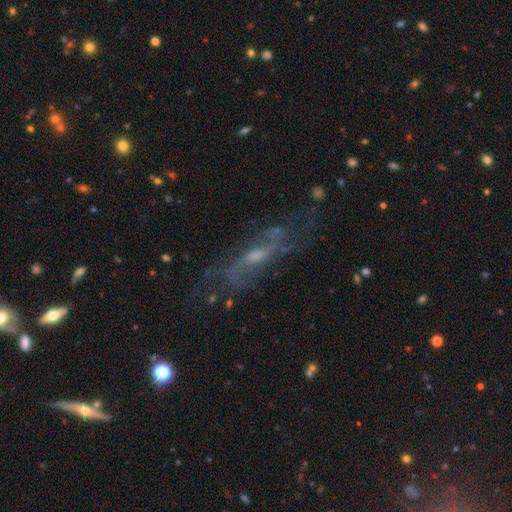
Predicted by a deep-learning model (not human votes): This is likely a featured or disk galaxy (74%). It is likely not viewed edge-on (72%). Bar: marginally weak (44%). Spiral arm pattern: clearly yes (84%). Central bulge: marginally small (44%). Merging: likely none (65%).